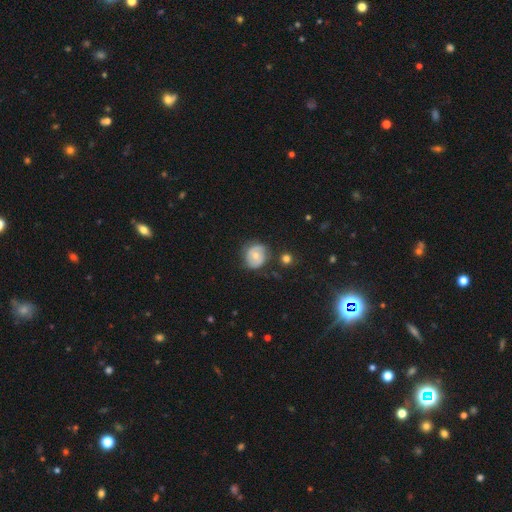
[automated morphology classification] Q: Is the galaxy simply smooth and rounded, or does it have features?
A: smooth — 48%.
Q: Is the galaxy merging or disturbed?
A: none — 71%.